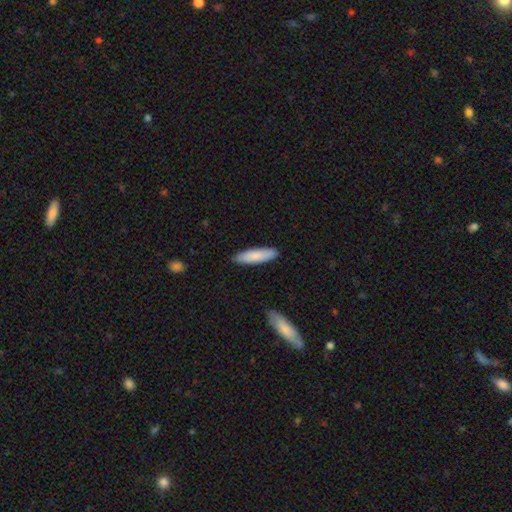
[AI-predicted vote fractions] Overall: smooth (85%). How rounded: cigar-shaped (65%; in between 34%). Merging: none (89%).